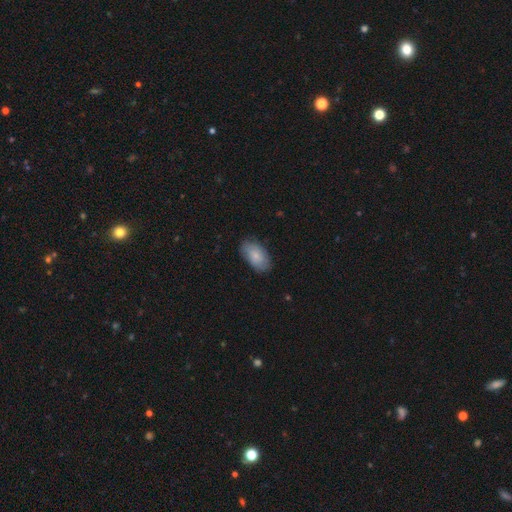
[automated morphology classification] A smooth galaxy with no disk features (73%) that is in between round and cigar-shaped (93%). Merging: none (77%).